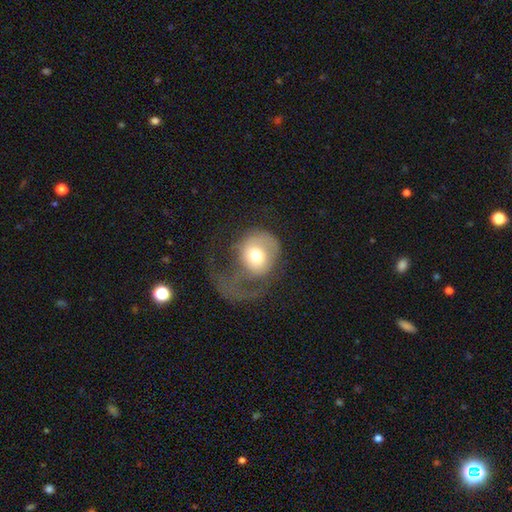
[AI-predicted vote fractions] smooth_or_featured: smooth (p=0.57) [alt: featured or disk p=0.34]
how_rounded: round (p=0.74) [alt: in between p=0.25]
merging: major disturbance (p=0.62) [alt: none p=0.21]